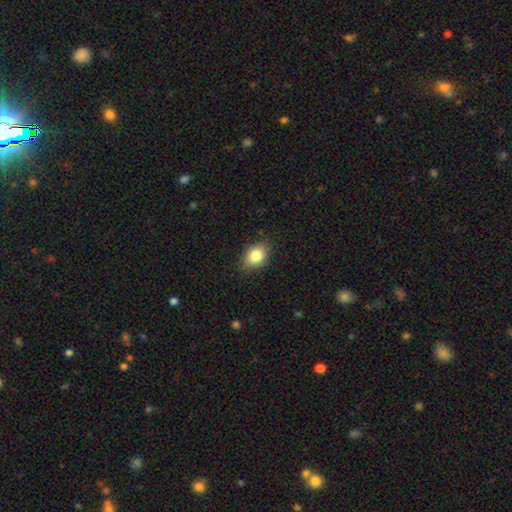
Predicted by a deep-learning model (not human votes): Morphology: type=smooth (83%); roundness=in between (77%); merging=none (84%).